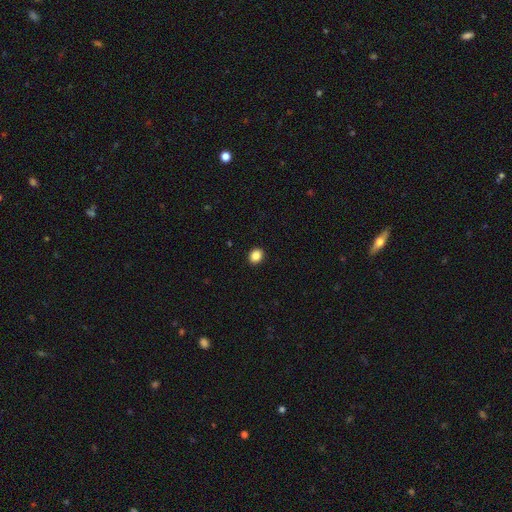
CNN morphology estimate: Q: Smooth or featured?
A: smooth (87%); runner-up: star or artifact (10%)
Q: How rounded?
A: round (63%); runner-up: in between (36%)
Q: Merging?
A: none (93%); runner-up: minor disturbance (5%)